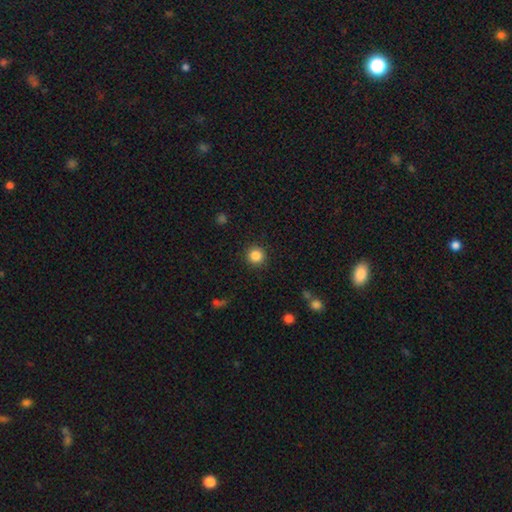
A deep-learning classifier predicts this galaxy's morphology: A smooth galaxy with no disk features (85%) that is round (95%).

Vote fractions:
- Smooth or featured? smooth: 85% / star or artifact: 11% / featured or disk: 4%
- How rounded? round: 95% / in between: 4% / cigar-shaped: 1%
- Merging? none: 92% / minor disturbance: 5% / major disturbance: 2% / merger: 1%